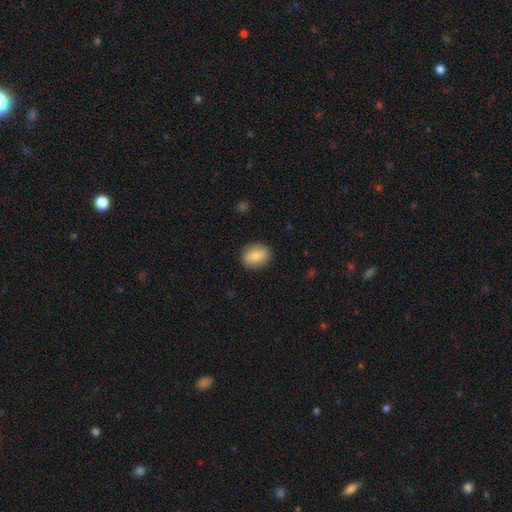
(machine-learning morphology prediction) Q: Smooth or featured?
A: smooth (81%); runner-up: featured or disk (11%)
Q: How rounded?
A: in between (53%); runner-up: round (45%)
Q: Merging?
A: none (88%); runner-up: minor disturbance (9%)